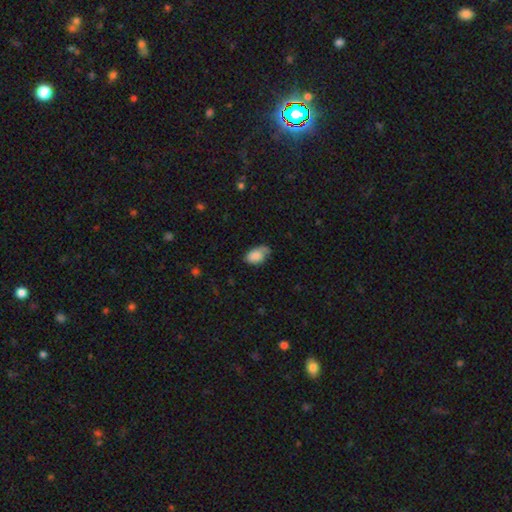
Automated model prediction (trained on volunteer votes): A smooth galaxy with no disk features (77%) that is in between round and cigar-shaped (90%).

Vote fractions:
- Smooth or featured? smooth: 77% / featured or disk: 16% / star or artifact: 7%
- How rounded? in between: 90% / round: 8% / cigar-shaped: 1%
- Merging? none: 47% / minor disturbance: 37% / major disturbance: 13% / merger: 3%